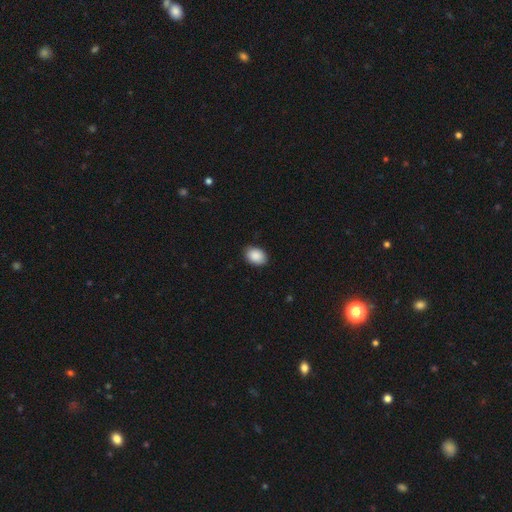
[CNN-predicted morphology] A smooth galaxy with no disk features (90%) that is in between round and cigar-shaped (80%). Merging: none (87%).